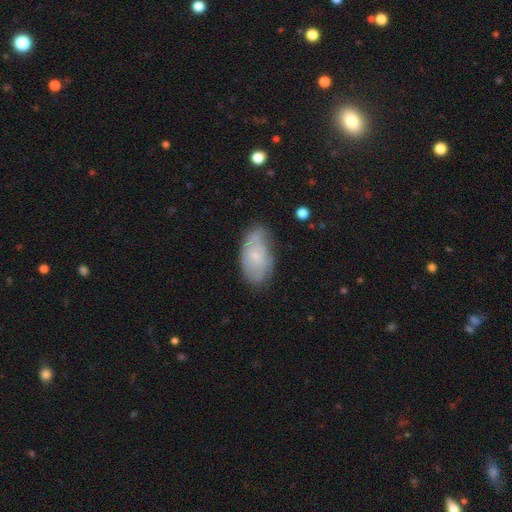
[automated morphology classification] Smooth or featured? smooth (52%)
How rounded? in between (94%)
Merging? none (58%)